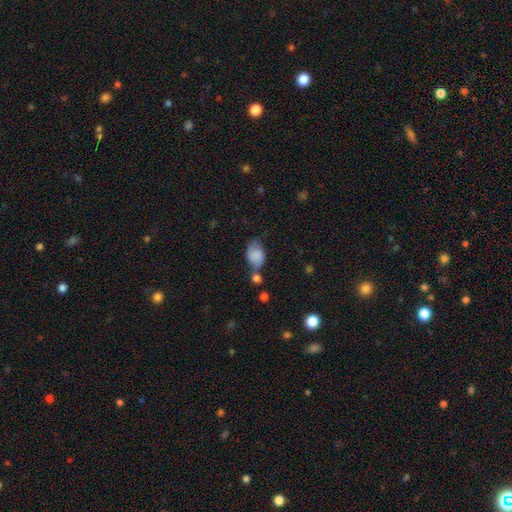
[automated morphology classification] Q: Smooth or featured?
A: smooth (71%); runner-up: featured or disk (20%)
Q: How rounded?
A: in between (76%); runner-up: round (23%)
Q: Merging?
A: none (43%); runner-up: minor disturbance (28%)